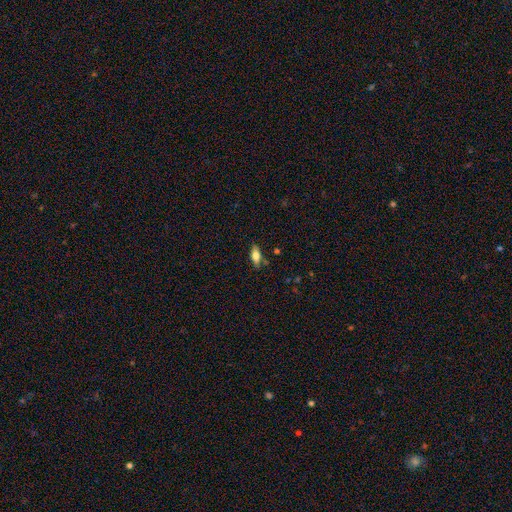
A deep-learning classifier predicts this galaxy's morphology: smooth-or-featured: smooth: 64% | featured or disk: 29% | star or artifact: 8%
  how-rounded: in between: 74% | cigar-shaped: 22% | round: 3%
  merging: none: 81% | minor disturbance: 13% | merger: 3% | major disturbance: 3%